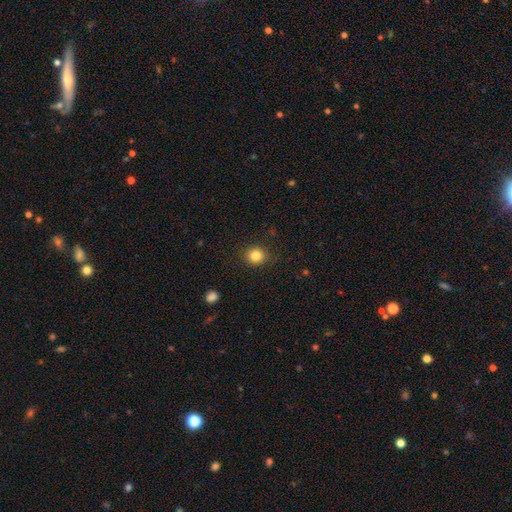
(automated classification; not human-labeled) Smooth or featured?
  - smooth: 84% *
  - star or artifact: 11%
  - featured or disk: 5%
How rounded?
  - round: 85% *
  - in between: 15%
  - cigar-shaped: 1%
Merging?
  - none: 89% *
  - minor disturbance: 8%
  - major disturbance: 2%
  - merger: 1%